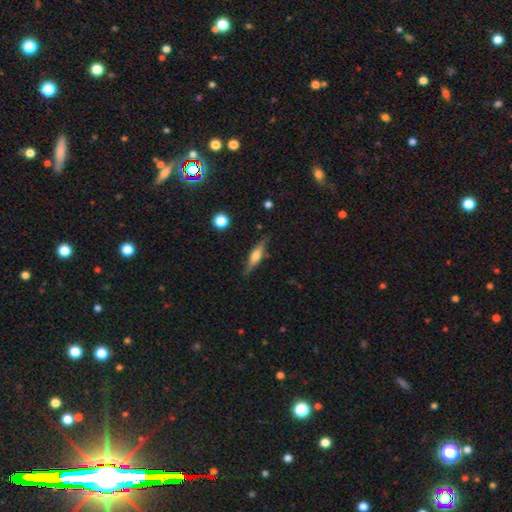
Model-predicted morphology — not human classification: This appears to be a featured or disk galaxy (59%) viewed edge-on (95%) with a rounded central bulge (84%). Merging: none (84%).